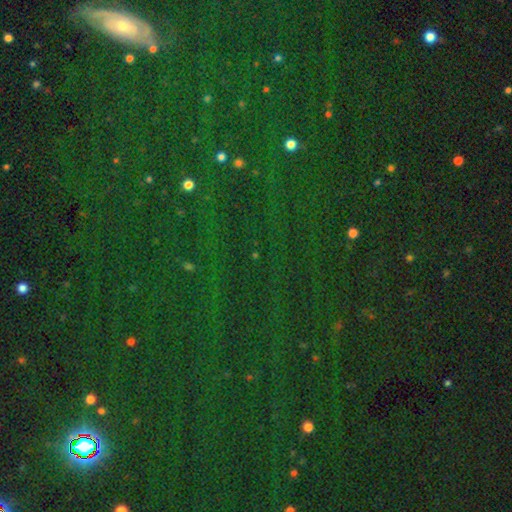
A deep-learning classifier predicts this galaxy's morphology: The model was most divided on "smooth or featured": star or artifact: 76%, smooth: 15%, featured or disk: 9%.